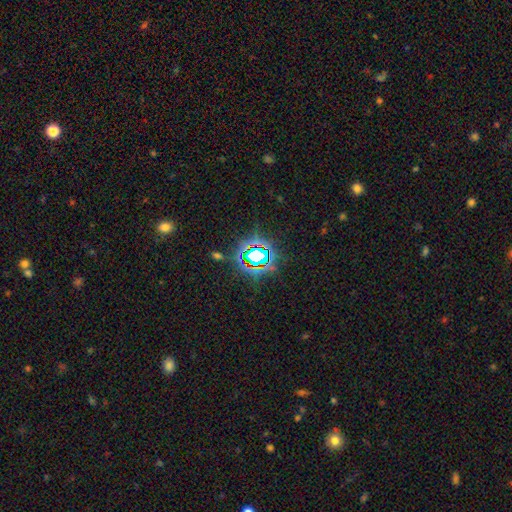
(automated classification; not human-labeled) Q: Smooth or featured?
A: star or artifact (73%); runner-up: smooth (16%)